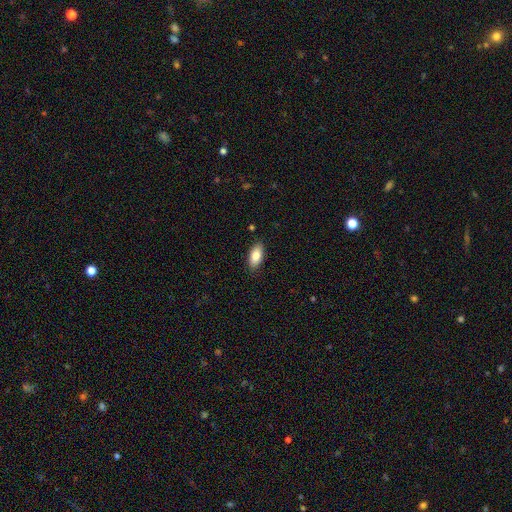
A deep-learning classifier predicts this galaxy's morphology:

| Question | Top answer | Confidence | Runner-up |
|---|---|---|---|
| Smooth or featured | smooth | 84% | featured or disk (10%) |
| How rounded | in between | 90% | cigar-shaped (8%) |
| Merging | none | 87% | minor disturbance (10%) |